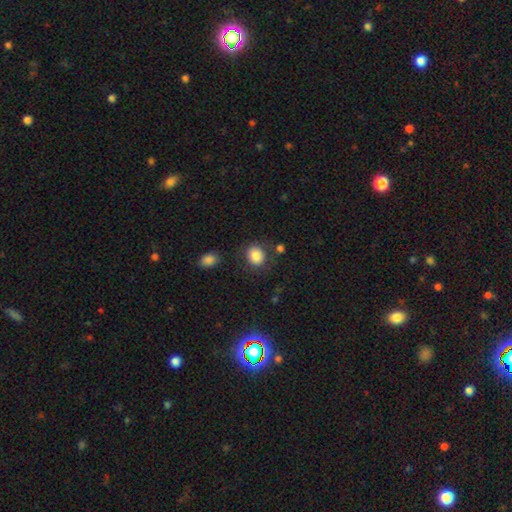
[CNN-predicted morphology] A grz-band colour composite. It shows a smooth galaxy with no disk features (85%) that is round (62%). Merging: none (77%).